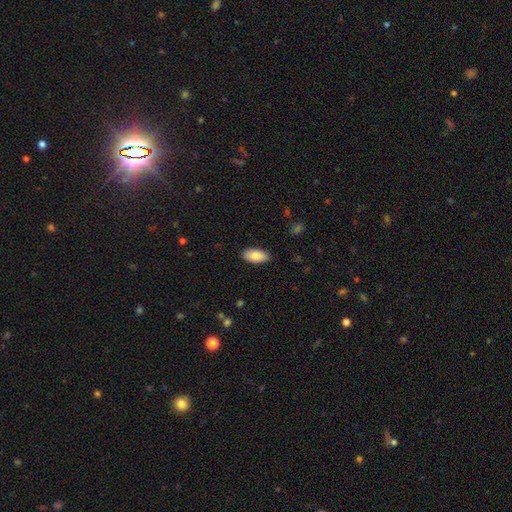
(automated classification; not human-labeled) The model was most divided on "smooth or featured": smooth: 84%, featured or disk: 10%, star or artifact: 6%. More confident: how rounded — in between (93%); merging — none (88%).